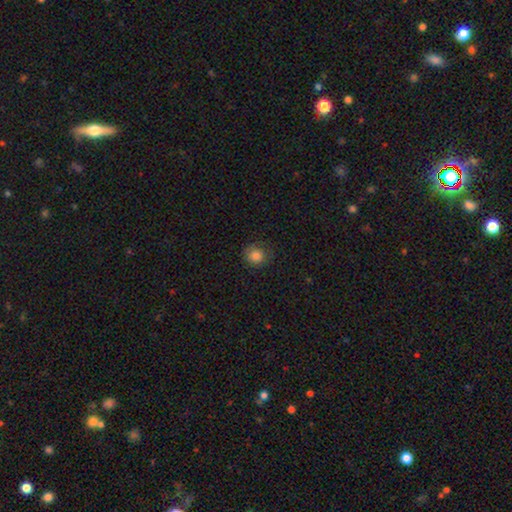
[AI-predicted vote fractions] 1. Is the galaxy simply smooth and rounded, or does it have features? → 84% smooth, 10% star or artifact, 6% featured or disk.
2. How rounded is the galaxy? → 84% round, 15% in between, 1% cigar-shaped.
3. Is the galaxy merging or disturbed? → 78% none, 16% minor disturbance, 6% major disturbance, 1% merger.